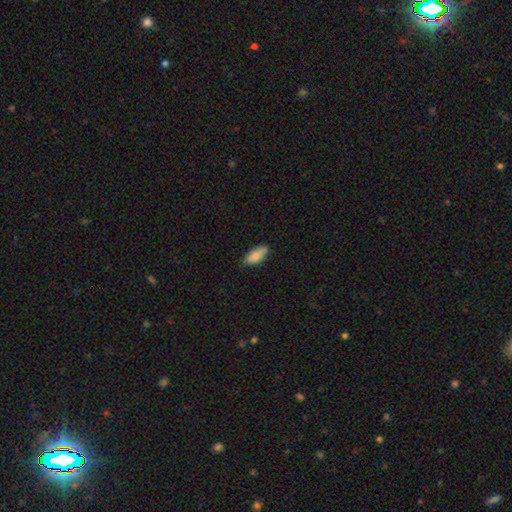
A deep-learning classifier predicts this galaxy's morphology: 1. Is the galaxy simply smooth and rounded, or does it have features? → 83% smooth, 10% featured or disk, 7% star or artifact.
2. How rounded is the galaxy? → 85% in between, 13% cigar-shaped, 2% round.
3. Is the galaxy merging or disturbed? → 71% none, 24% minor disturbance, 3% major disturbance, 2% merger.